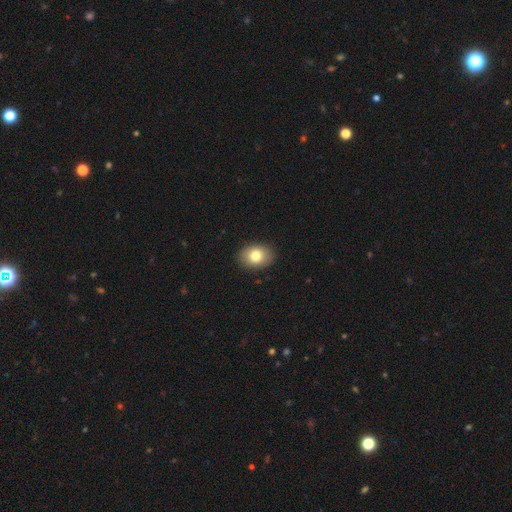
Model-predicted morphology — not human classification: Q: Smooth or featured?
A: smooth (81%); runner-up: featured or disk (11%)
Q: How rounded?
A: in between (69%); runner-up: round (30%)
Q: Merging?
A: none (89%); runner-up: minor disturbance (8%)